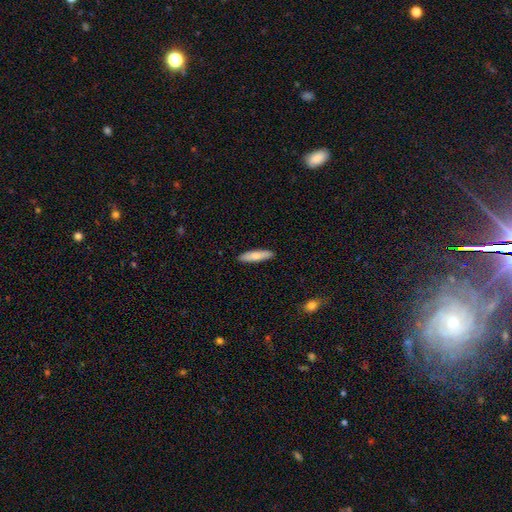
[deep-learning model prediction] Smooth or featured: smooth — 76% (featured or disk — 19%)
How rounded: cigar-shaped — 77% (in between — 21%)
Merging: none — 91% (minor disturbance — 7%)